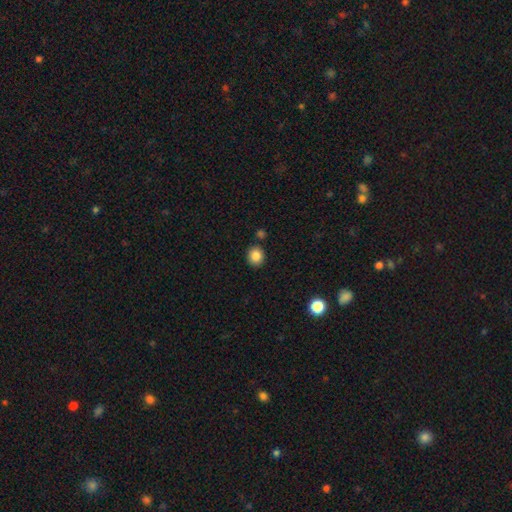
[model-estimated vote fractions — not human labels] Smooth or featured? smooth (85%)
How rounded? round (78%)
Merging? none (85%)